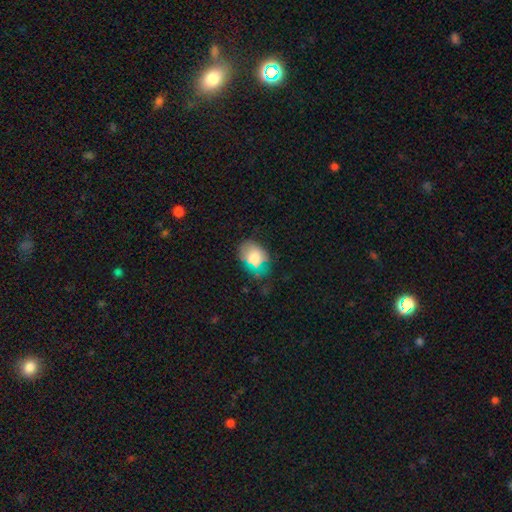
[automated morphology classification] Smooth or featured? Predicted: smooth (p=0.66). How rounded? Predicted: in between (p=0.70). Merging? Predicted: none (p=0.53).